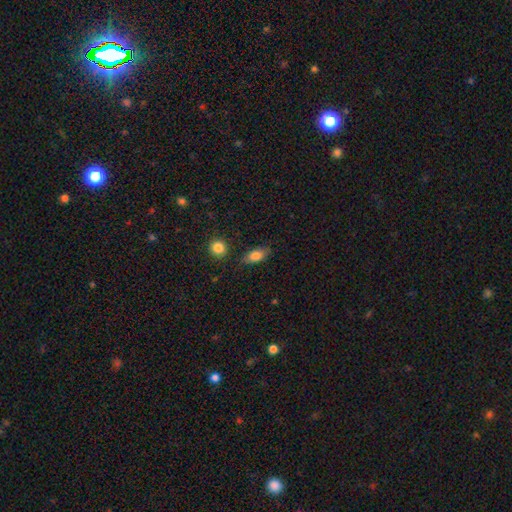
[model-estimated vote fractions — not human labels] This appears to be a smooth galaxy with no disk features (81%) that is in between round and cigar-shaped (84%). Merging: none (81%).